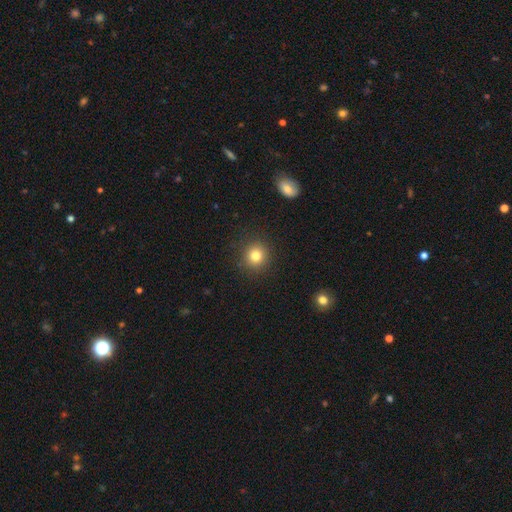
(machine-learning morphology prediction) A smooth galaxy with no disk features (81%) that is round (91%).

Vote fractions:
- Smooth or featured? smooth: 81% / star or artifact: 12% / featured or disk: 7%
- How rounded? round: 91% / in between: 8% / cigar-shaped: 1%
- Merging? none: 90% / minor disturbance: 6% / major disturbance: 2% / merger: 1%